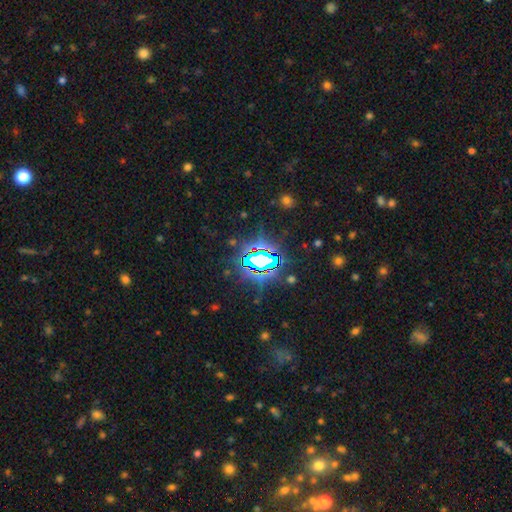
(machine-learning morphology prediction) type=star or artifact (80%).